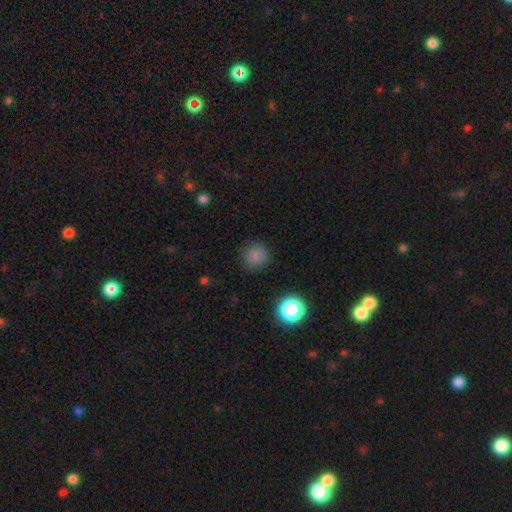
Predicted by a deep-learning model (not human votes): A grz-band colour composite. It shows a smooth galaxy with no disk features (81%) that is round (92%). Merging: none (86%).